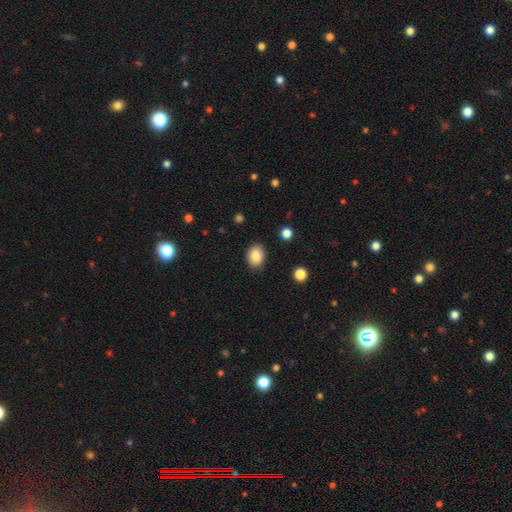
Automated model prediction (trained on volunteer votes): Q: Smooth or featured?
A: smooth (86%); runner-up: star or artifact (8%)
Q: How rounded?
A: in between (65%); runner-up: round (34%)
Q: Merging?
A: none (87%); runner-up: minor disturbance (9%)